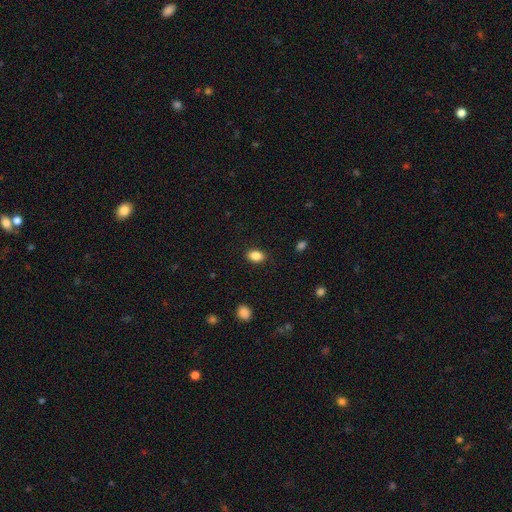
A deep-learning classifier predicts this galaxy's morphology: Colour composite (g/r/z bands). It shows a smooth galaxy with no disk features (87%) that is in between round and cigar-shaped (84%). Merging: none (87%).